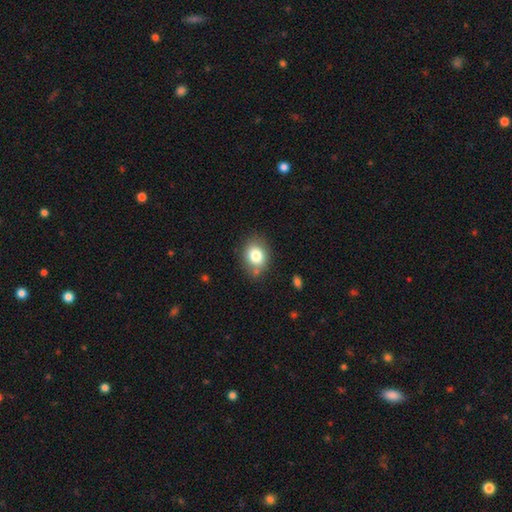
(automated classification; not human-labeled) smooth 80%, featured or disk 10%, star or artifact 10%. Down the decision tree: how rounded — round (50%); merging — none (73%).